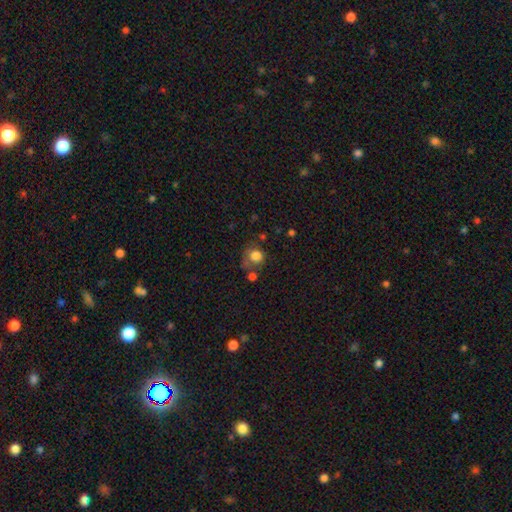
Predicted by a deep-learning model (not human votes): Smooth or featured? Predicted: smooth (p=0.79). How rounded? Predicted: round (p=0.78). Merging? Predicted: none (p=0.45).